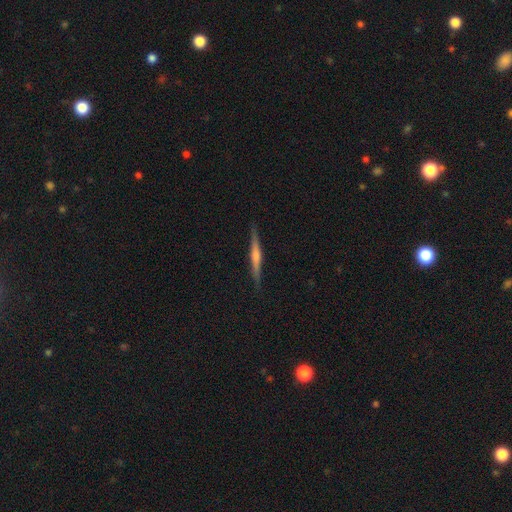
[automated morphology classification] featured or disk 71%, smooth 24%, star or artifact 6%. Down the decision tree: edge-on disk — yes (98%); edge-on bulge — rounded (61%); merging — none (90%).